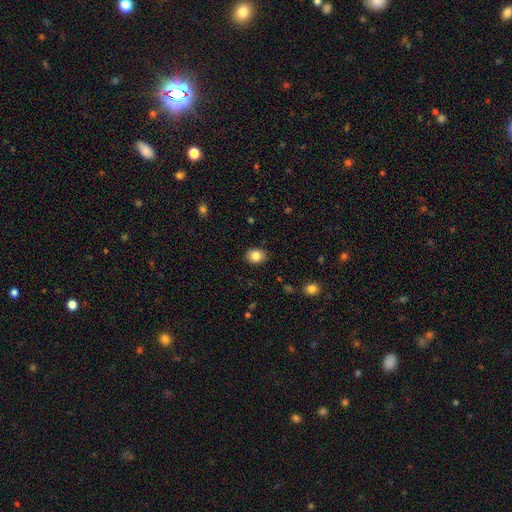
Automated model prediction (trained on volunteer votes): Smooth or featured?
  - smooth: 84% *
  - star or artifact: 10%
  - featured or disk: 6%
How rounded?
  - round: 57% *
  - in between: 43%
  - cigar-shaped: 1%
Merging?
  - none: 88% *
  - minor disturbance: 9%
  - major disturbance: 2%
  - merger: 1%